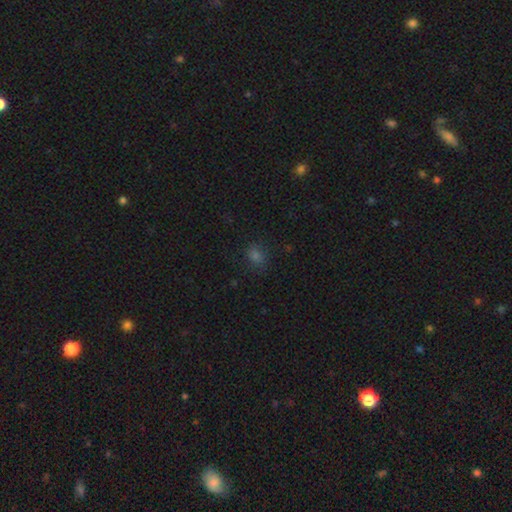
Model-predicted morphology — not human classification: Overall: smooth (69%). How rounded: round (53%; in between 45%). Merging: none (80%).